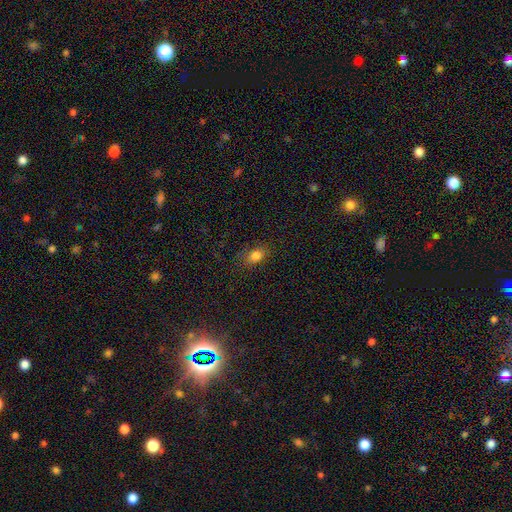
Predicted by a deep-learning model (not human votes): Smooth or featured: smooth — 81% (star or artifact — 12%)
How rounded: in between — 74% (round — 24%)
Merging: none — 79% (minor disturbance — 15%)